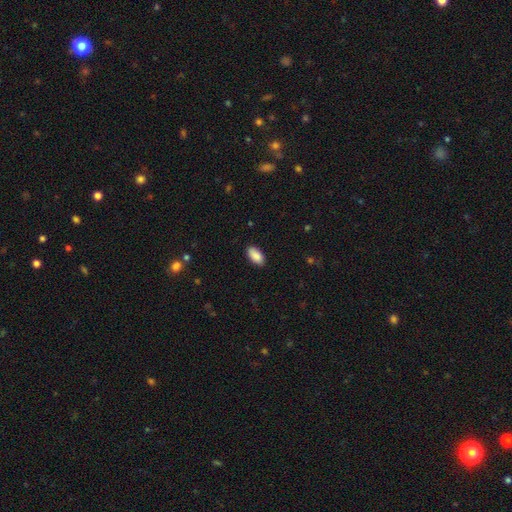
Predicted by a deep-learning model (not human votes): The model was most divided on "merging": none: 88%, minor disturbance: 9%, major disturbance: 2%, merger: 1%. More confident: how rounded — in between (93%); smooth or featured — smooth (89%).